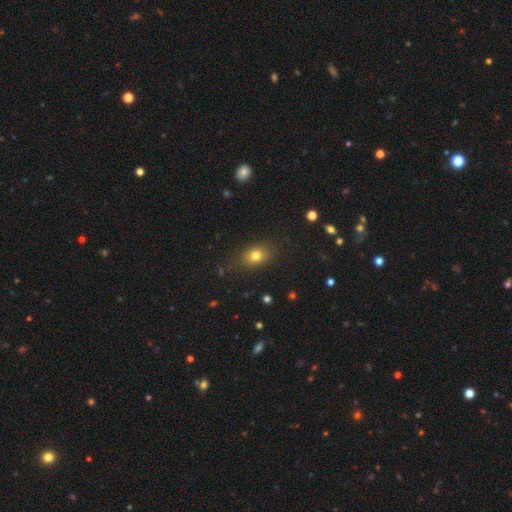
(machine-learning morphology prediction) The model was most divided on "how rounded": in between: 62%, round: 36%, cigar-shaped: 2%. More confident: merging — none (82%); smooth or featured — smooth (78%).